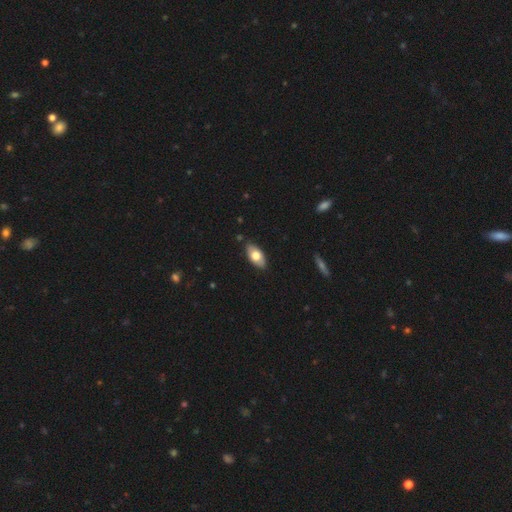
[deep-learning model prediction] Morphology: type=smooth (70%); roundness=in between (92%); merging=none (86%).